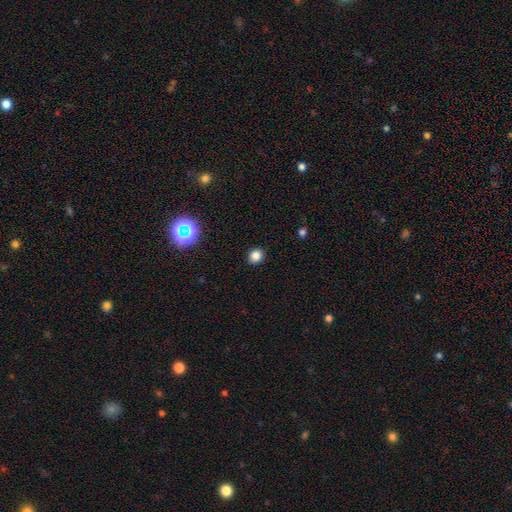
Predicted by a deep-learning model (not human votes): Morphology: type=smooth (82%); roundness=round (85%); merging=none (91%).